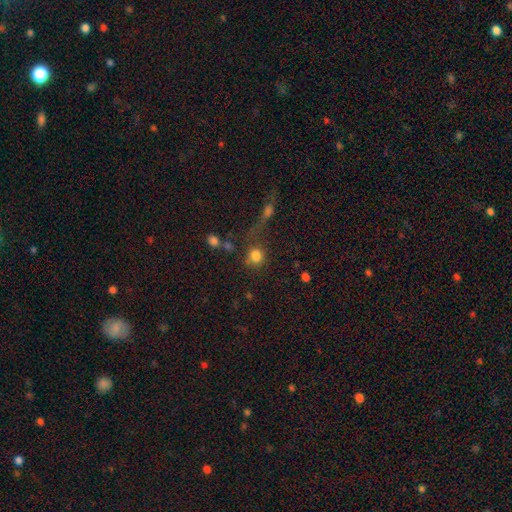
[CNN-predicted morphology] smooth 80%, star or artifact 13%, featured or disk 7%. Down the decision tree: how rounded — round (87%); merging — none (63%).